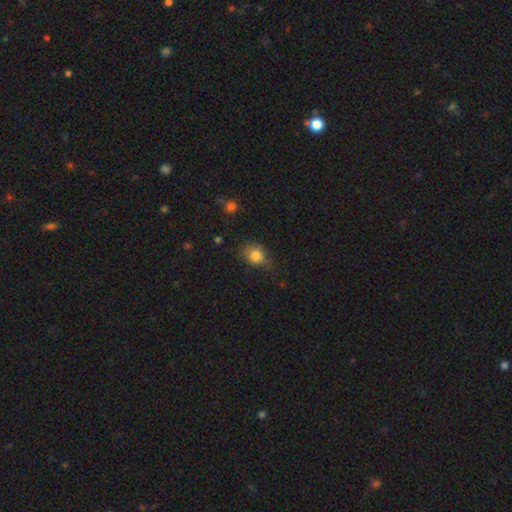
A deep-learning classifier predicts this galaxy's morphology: Overall: smooth (82%). How rounded: in between (50%; round 48%). Merging: none (60%; minor disturbance 30%).